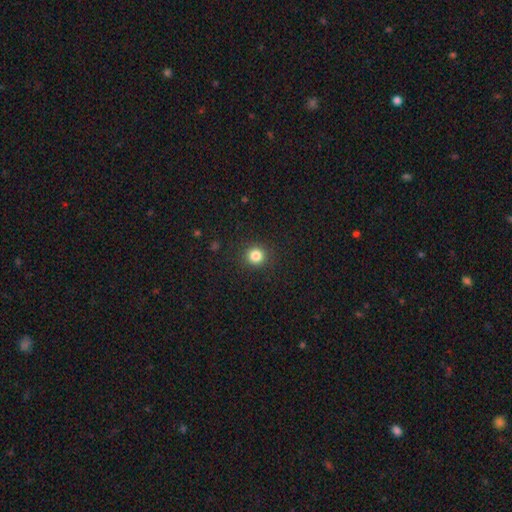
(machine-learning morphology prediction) A smooth galaxy with no disk features (84%) that is round (93%). Merging: none (91%).